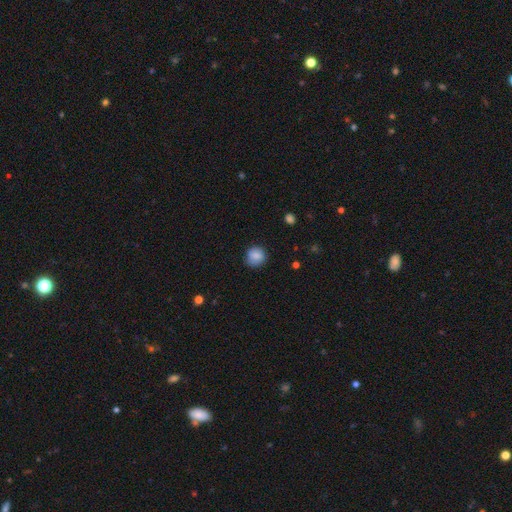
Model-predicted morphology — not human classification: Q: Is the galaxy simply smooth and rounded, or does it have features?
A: smooth — 84%.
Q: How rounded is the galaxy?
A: round — 85%.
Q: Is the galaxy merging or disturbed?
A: none — 78%.